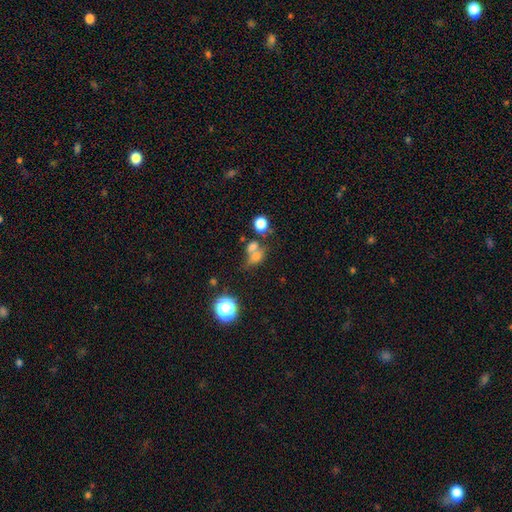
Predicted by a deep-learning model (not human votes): Smooth or featured: smooth — 66% (star or artifact — 18%)
How rounded: in between — 49% (round — 47%)
Merging: merger — 48% (none — 31%)